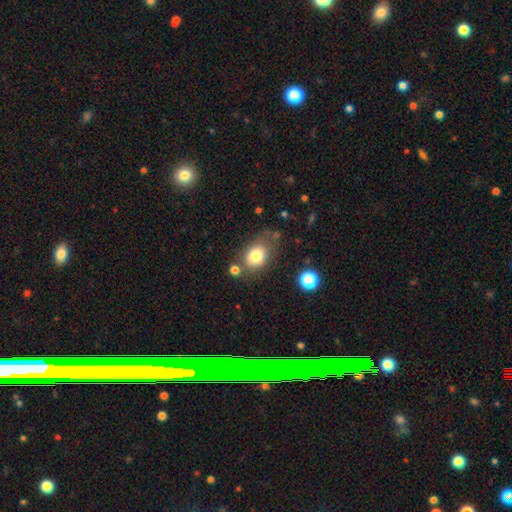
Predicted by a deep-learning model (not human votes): Morphology: type=smooth (78%); roundness=in between (64%); merging=none (59%).